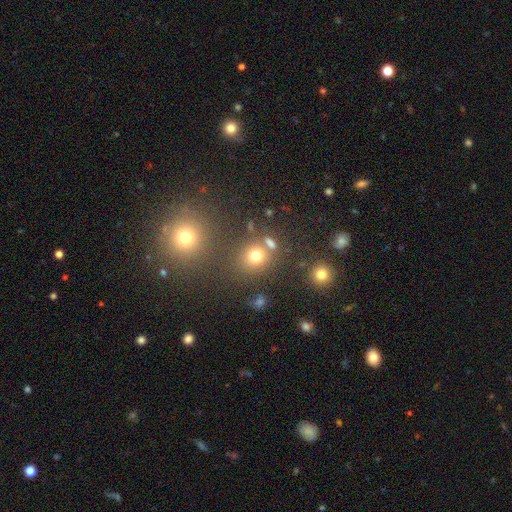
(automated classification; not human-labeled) Smooth or featured: smooth — 71% (star or artifact — 20%)
How rounded: round — 77% (in between — 22%)
Merging: none — 68% (merger — 16%)